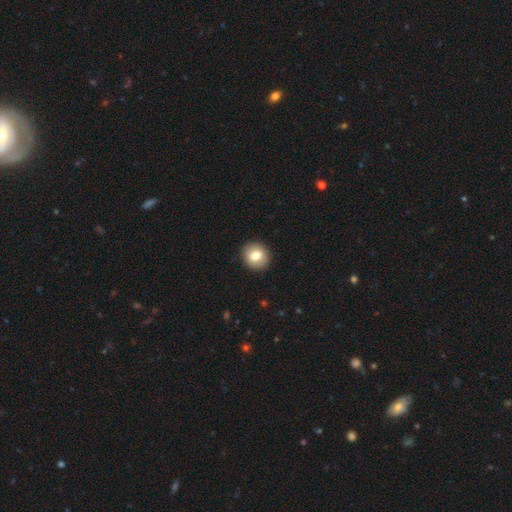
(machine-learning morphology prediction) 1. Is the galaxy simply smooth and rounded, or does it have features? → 80% smooth, 12% featured or disk, 8% star or artifact.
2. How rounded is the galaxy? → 86% round, 13% in between, 1% cigar-shaped.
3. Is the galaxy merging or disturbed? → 92% none, 6% minor disturbance, 2% major disturbance, 1% merger.